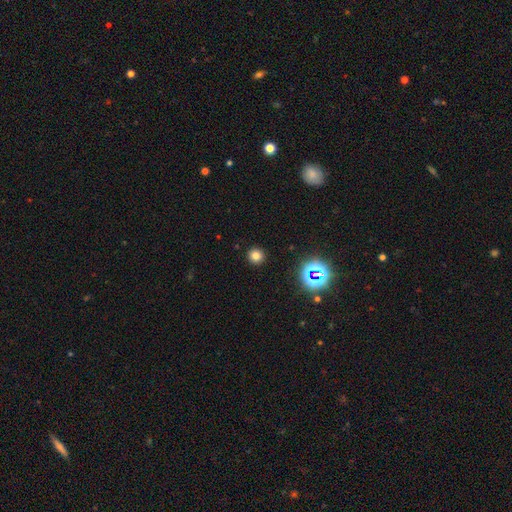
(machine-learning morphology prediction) A smooth galaxy with no disk features (75%) that is round (93%). Merging: none (92%).